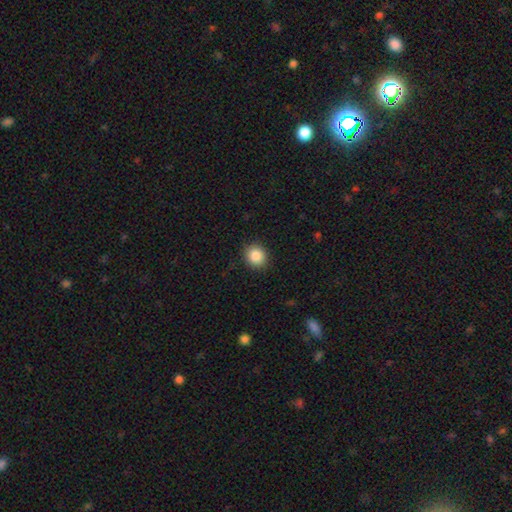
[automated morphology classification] This is clearly a smooth galaxy (86%). How rounded: likely round (76%). Merging: clearly none (90%).